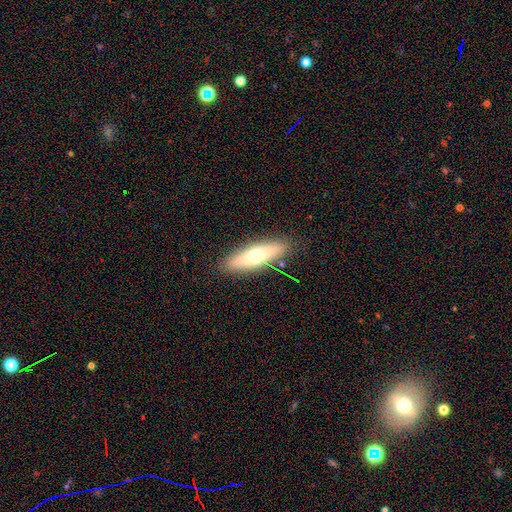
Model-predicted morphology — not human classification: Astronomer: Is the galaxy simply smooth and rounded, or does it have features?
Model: smooth — 57% (runner-up: featured or disk, 37%).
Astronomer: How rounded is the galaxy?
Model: cigar-shaped — 57% (runner-up: in between, 40%).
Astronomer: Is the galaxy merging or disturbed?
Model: none — 87%.